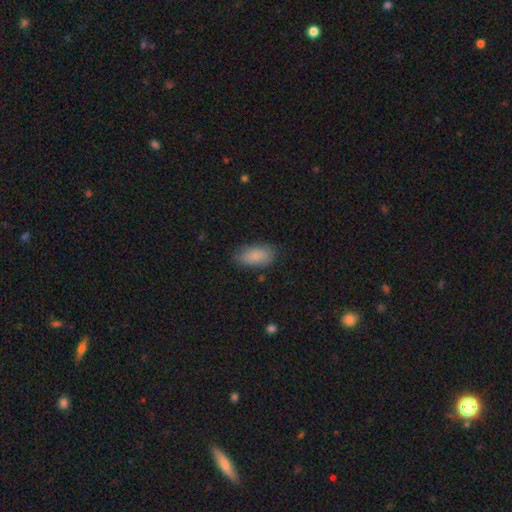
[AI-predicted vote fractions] This appears to be a smooth galaxy with no disk features (87%) that is in between round and cigar-shaped (91%). Merging: none (79%).